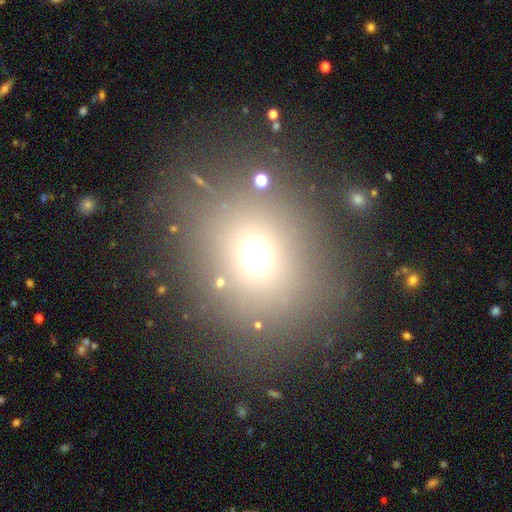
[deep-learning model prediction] smooth-or-featured: smooth: 64% | star or artifact: 26% | featured or disk: 10%
  how-rounded: round: 72% | in between: 26% | cigar-shaped: 2%
  merging: none: 78% | minor disturbance: 9% | major disturbance: 6% | merger: 6%